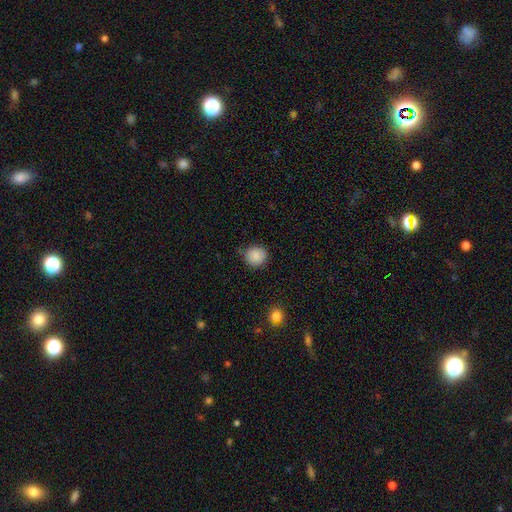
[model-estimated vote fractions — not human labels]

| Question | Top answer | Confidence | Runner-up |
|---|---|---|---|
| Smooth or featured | smooth | 88% | star or artifact (9%) |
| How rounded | round | 88% | in between (11%) |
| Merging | none | 83% | minor disturbance (13%) |